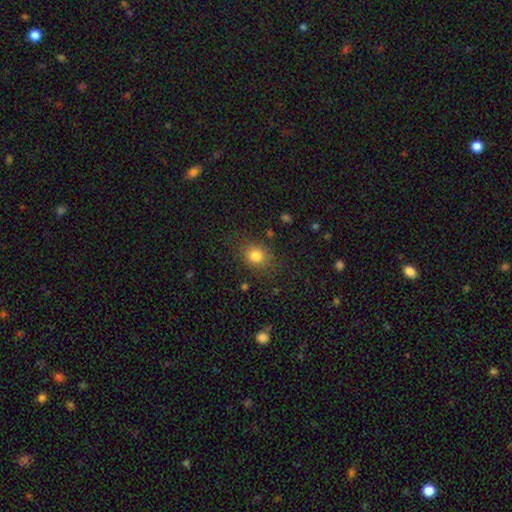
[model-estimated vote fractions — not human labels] Smooth or featured?
  - smooth: 81% *
  - star or artifact: 12%
  - featured or disk: 7%
How rounded?
  - round: 62% *
  - in between: 37%
  - cigar-shaped: 1%
Merging?
  - none: 81% *
  - minor disturbance: 12%
  - major disturbance: 5%
  - merger: 2%